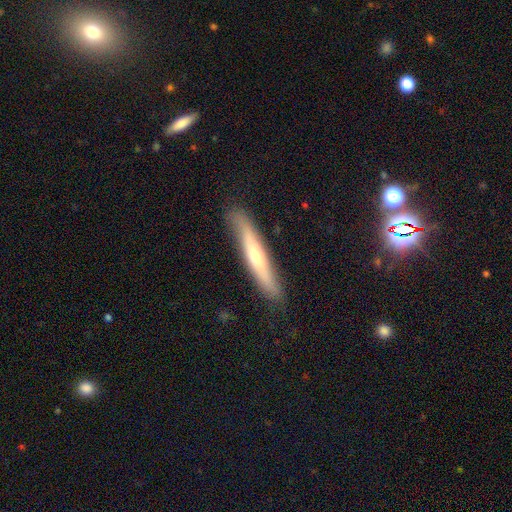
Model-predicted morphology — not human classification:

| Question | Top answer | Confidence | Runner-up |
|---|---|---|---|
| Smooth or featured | smooth | 47% | tied: featured or disk (47%) |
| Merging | none | 84% | minor disturbance (12%) |